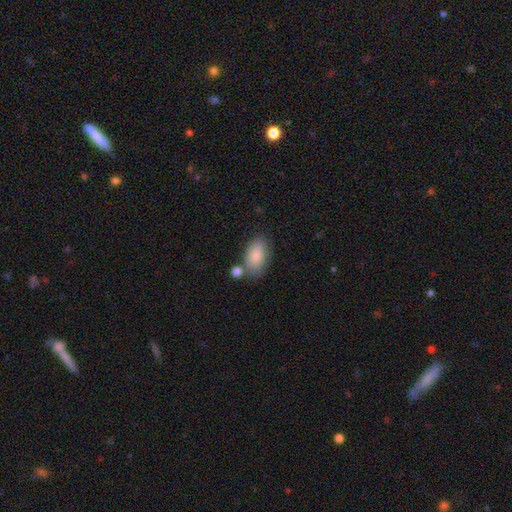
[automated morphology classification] smooth 84%, featured or disk 9%, star or artifact 7%. Down the decision tree: how rounded — in between (93%); merging — none (61%).